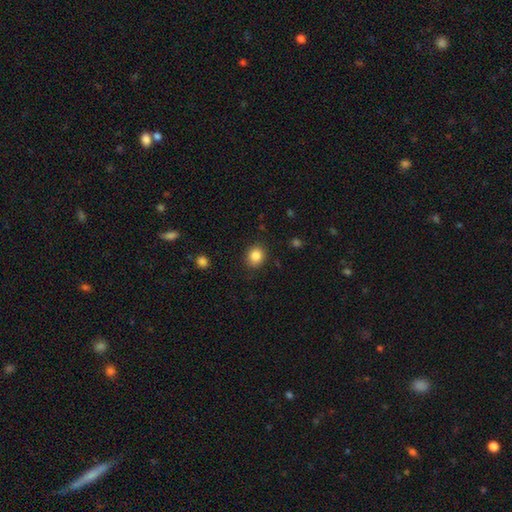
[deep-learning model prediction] Overall: smooth (85%). How rounded: round (76%). Merging: none (88%).